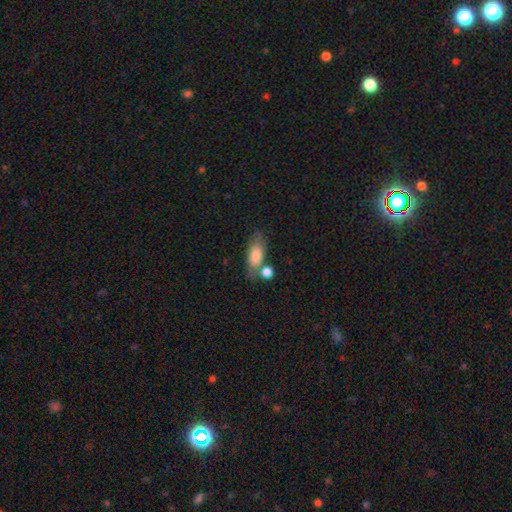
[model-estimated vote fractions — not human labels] Smooth or featured? Predicted: smooth (p=0.76). How rounded? Predicted: in between (p=0.81). Merging? Predicted: none (p=0.52).